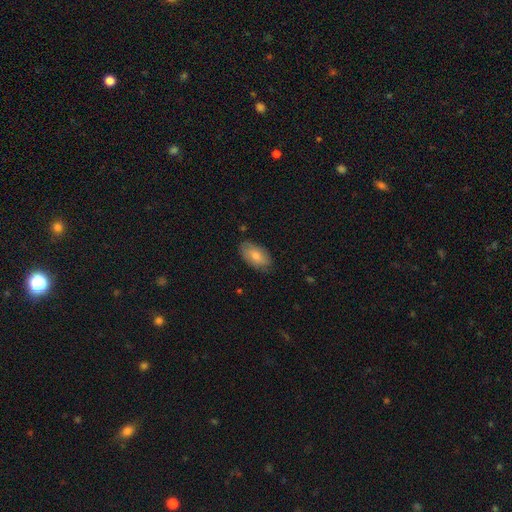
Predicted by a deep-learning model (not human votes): Overall: smooth (71%). How rounded: in between (93%). Merging: none (81%).